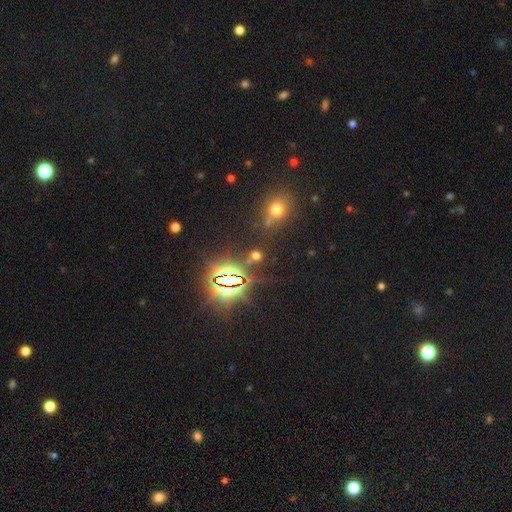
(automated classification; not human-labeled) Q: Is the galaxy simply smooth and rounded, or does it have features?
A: star or artifact — 53%.